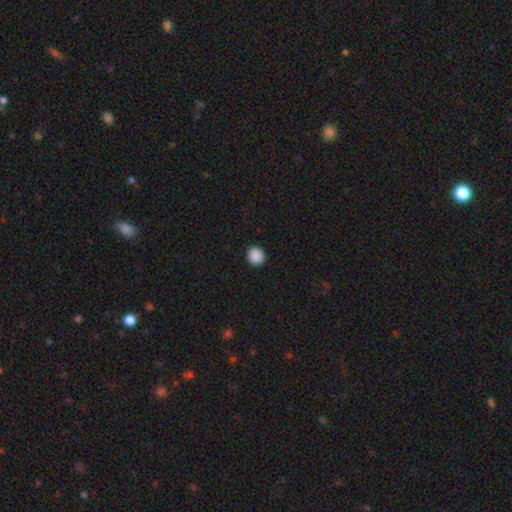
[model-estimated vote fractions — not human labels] Smooth or featured? smooth (89%)
How rounded? round (87%)
Merging? none (93%)